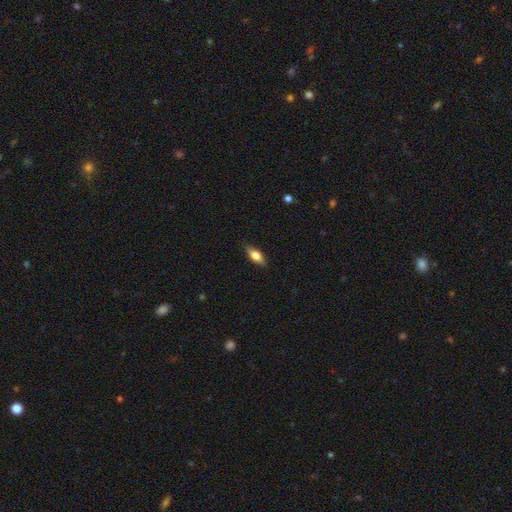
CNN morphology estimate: Smooth or featured?
  - smooth: 70% *
  - featured or disk: 23%
  - star or artifact: 7%
How rounded?
  - in between: 74% *
  - cigar-shaped: 22%
  - round: 4%
Merging?
  - none: 84% *
  - minor disturbance: 12%
  - major disturbance: 2%
  - merger: 1%